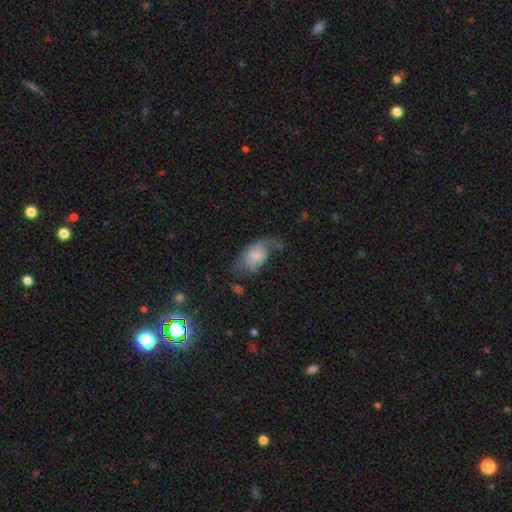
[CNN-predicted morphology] A smooth galaxy with no disk features (57%) that is in between round and cigar-shaped (88%).

Vote fractions:
- Smooth or featured? smooth: 57% / featured or disk: 35% / star or artifact: 8%
- How rounded? in between: 88% / round: 10% / cigar-shaped: 2%
- Merging? major disturbance: 39% / none: 29% / minor disturbance: 28% / merger: 4%